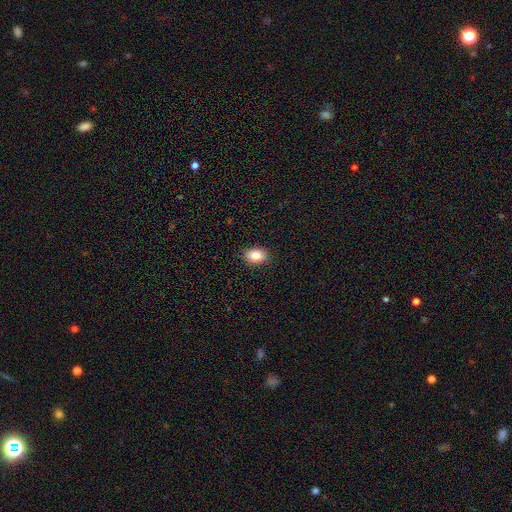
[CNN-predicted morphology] This appears to be a smooth galaxy with no disk features (86%) that is in between round and cigar-shaped (82%). Merging: none (89%).